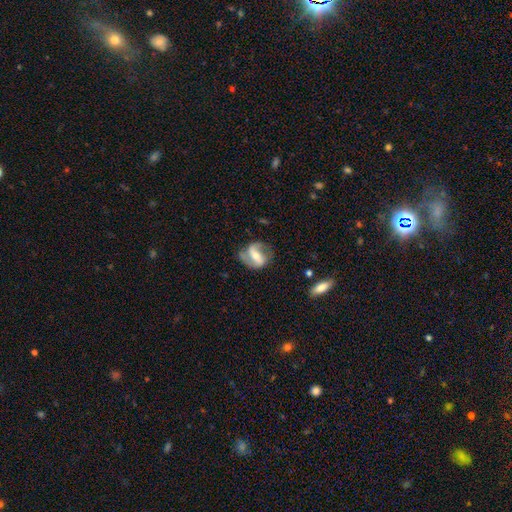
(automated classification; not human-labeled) This is clearly a featured or disk galaxy (83%). It is clearly not viewed edge-on (96%). Bar: possibly strong (58%). Spiral arm pattern: clearly yes (92%). Spiral arm count: clearly 2 (87%). Spiral winding: possibly medium (47%). Central bulge: possibly moderate (50%). Merging: likely none (72%).